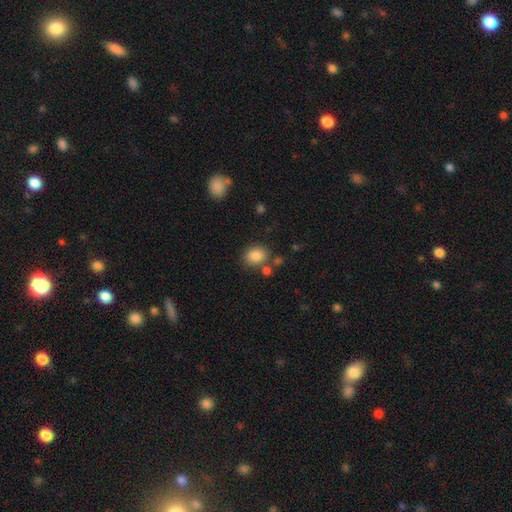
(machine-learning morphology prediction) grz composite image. It shows a smooth galaxy with no disk features (84%) that is in between round and cigar-shaped (51%). Merging: none (73%).